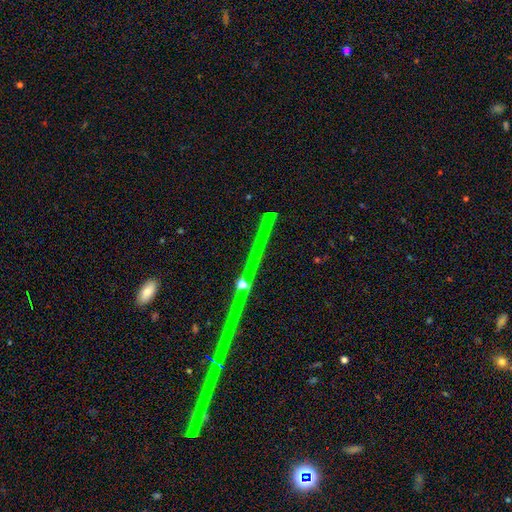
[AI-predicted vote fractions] Morphology: type=star or artifact (69%).